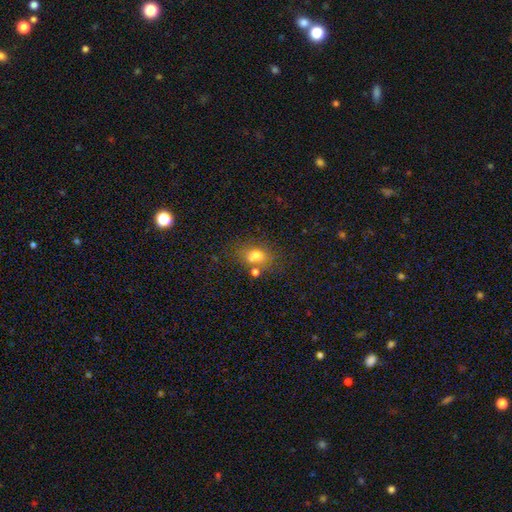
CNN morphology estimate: The model was most divided on "how rounded": in between: 57%, round: 41%, cigar-shaped: 2%. More confident: smooth or featured — smooth (69%); merging — none (54%).